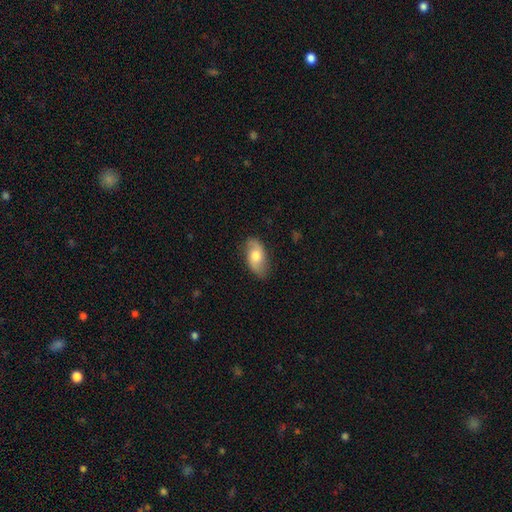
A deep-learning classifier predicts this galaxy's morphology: smooth_or_featured: smooth (p=0.55) [alt: featured or disk p=0.39]
how_rounded: in between (p=0.91) [alt: round p=0.05]
merging: none (p=0.79) [alt: minor disturbance p=0.17]